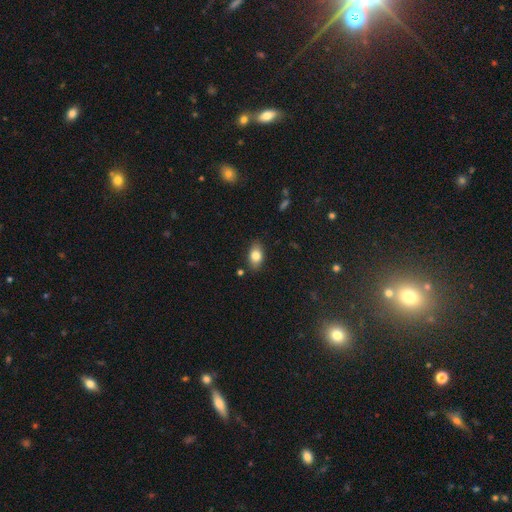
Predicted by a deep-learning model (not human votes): smooth 81%, featured or disk 11%, star or artifact 8%. Down the decision tree: how rounded — in between (88%); merging — none (84%).